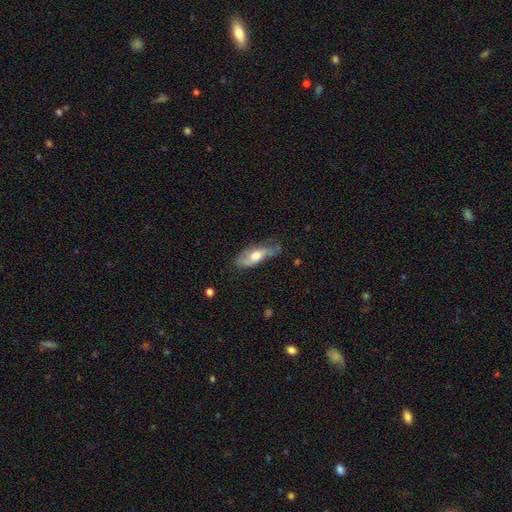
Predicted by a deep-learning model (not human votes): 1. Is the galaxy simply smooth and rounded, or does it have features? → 55% smooth, 38% featured or disk, 6% star or artifact.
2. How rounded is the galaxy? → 67% in between, 31% cigar-shaped, 3% round.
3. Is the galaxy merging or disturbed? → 45% none, 35% minor disturbance, 17% major disturbance, 3% merger.